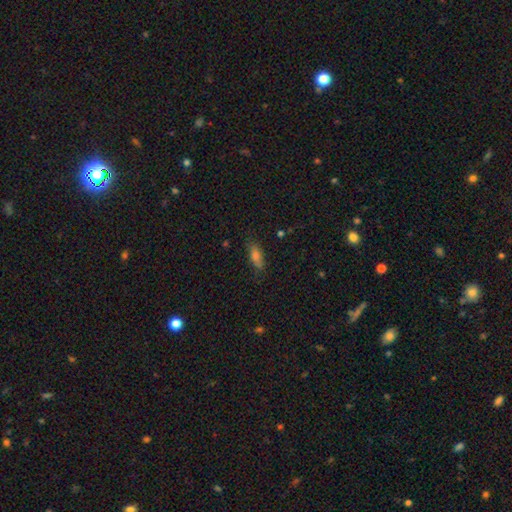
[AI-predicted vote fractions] This is likely a smooth galaxy (65%). How rounded: possibly in between (54%). Merging: likely none (80%).